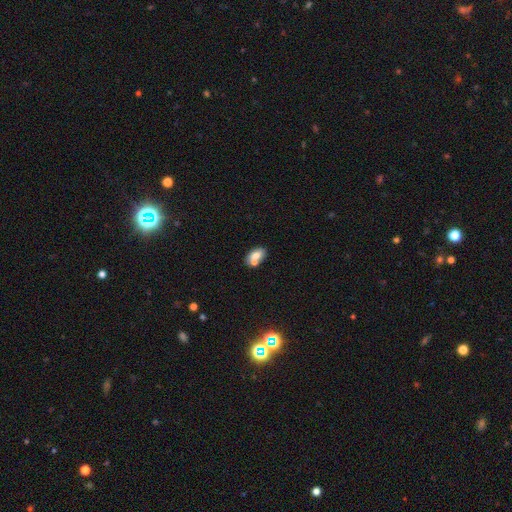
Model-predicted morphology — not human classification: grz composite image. It shows a smooth galaxy with no disk features (69%) that is in between round and cigar-shaped (86%). Merging: none (46%).